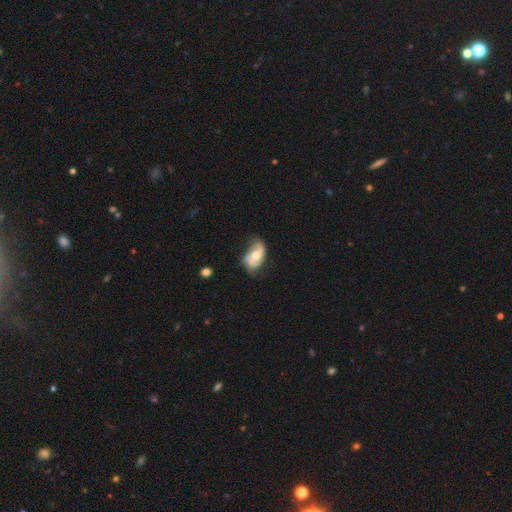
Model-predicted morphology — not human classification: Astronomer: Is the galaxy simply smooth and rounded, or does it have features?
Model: featured or disk — 63%.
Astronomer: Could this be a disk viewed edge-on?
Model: no — 95%.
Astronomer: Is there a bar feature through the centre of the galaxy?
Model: no — 61%.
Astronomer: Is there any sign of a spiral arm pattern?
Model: yes — 83%.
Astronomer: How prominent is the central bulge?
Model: moderate — 71%.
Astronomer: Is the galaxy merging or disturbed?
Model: none — 51% (runner-up: minor disturbance, 32%).